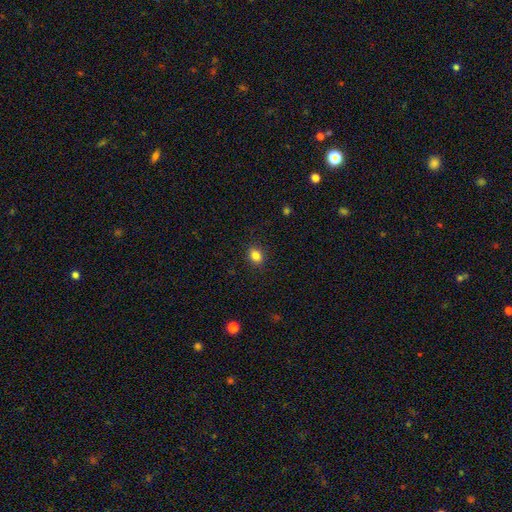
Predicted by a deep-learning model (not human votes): Smooth or featured?
  - smooth: 84% *
  - star or artifact: 10%
  - featured or disk: 5%
How rounded?
  - in between: 59% *
  - round: 40%
  - cigar-shaped: 1%
Merging?
  - none: 88% *
  - minor disturbance: 9%
  - major disturbance: 2%
  - merger: 1%